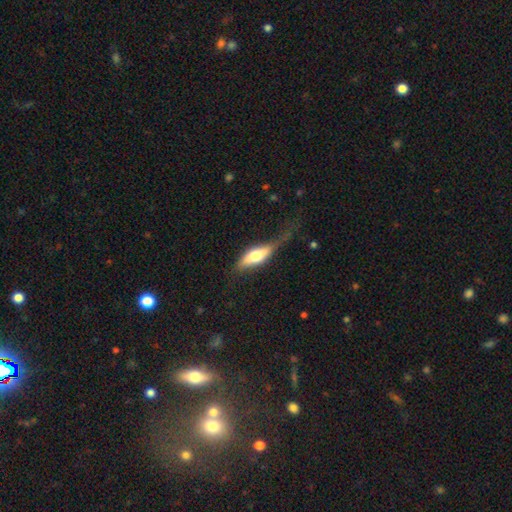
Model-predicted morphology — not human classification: Smooth or featured? Predicted: smooth (p=0.59). How rounded? Predicted: in between (p=0.65). Merging? Predicted: none (p=0.36).